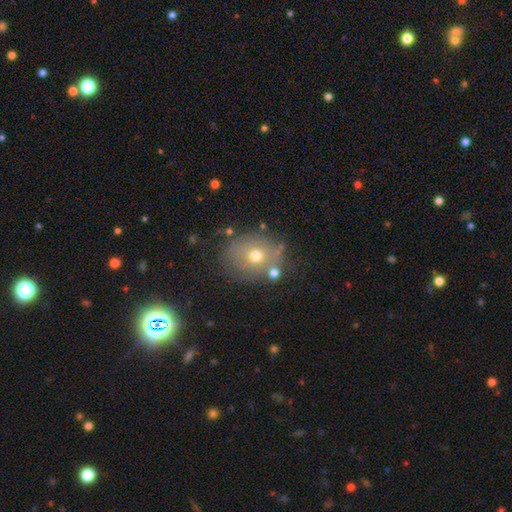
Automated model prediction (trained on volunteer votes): Morphology: type=smooth (61%); roundness=round (63%); merging=none (67%).